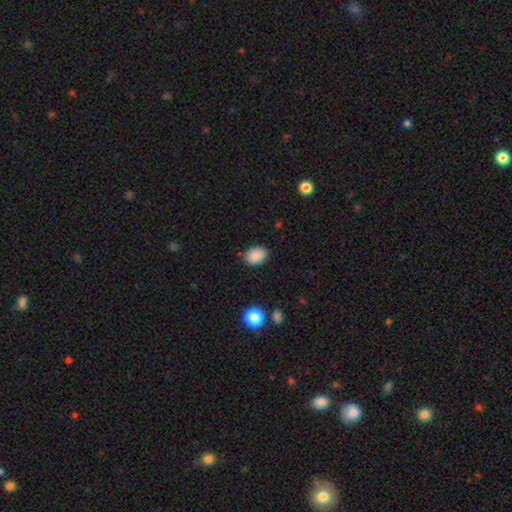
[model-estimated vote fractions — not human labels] A smooth galaxy with no disk features (87%) that is in between round and cigar-shaped (83%).

Vote fractions:
- Smooth or featured? smooth: 87% / star or artifact: 8% / featured or disk: 4%
- How rounded? in between: 83% / round: 16% / cigar-shaped: 1%
- Merging? none: 84% / minor disturbance: 12% / major disturbance: 3% / merger: 1%